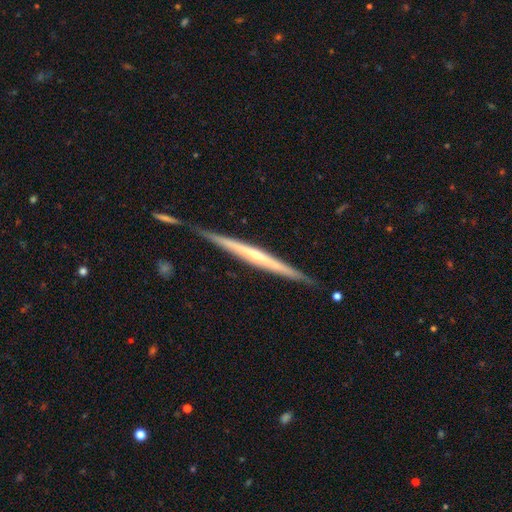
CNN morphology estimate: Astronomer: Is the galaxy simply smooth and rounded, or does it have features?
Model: featured or disk — 77%.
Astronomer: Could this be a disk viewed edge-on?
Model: yes — 97%.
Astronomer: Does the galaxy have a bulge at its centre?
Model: rounded — 52% (runner-up: none, 44%).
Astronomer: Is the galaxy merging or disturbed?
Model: none — 78%.